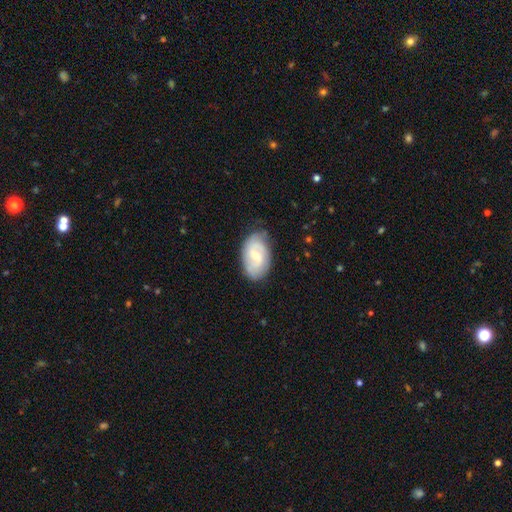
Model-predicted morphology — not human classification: This appears to be a featured or disk galaxy (62%) with a weak bar (56%), 2 (66%) medium (43%) spiral arms (86%) and a small central bulge (51%). Merging: none (75%).